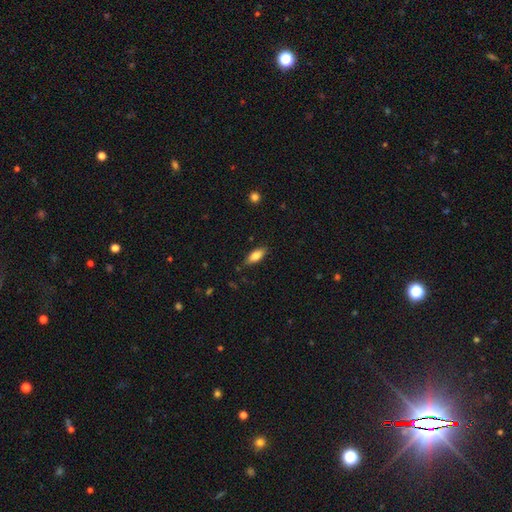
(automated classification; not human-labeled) This is likely a smooth galaxy (79%). How rounded: likely in between (76%). Merging: clearly none (83%).